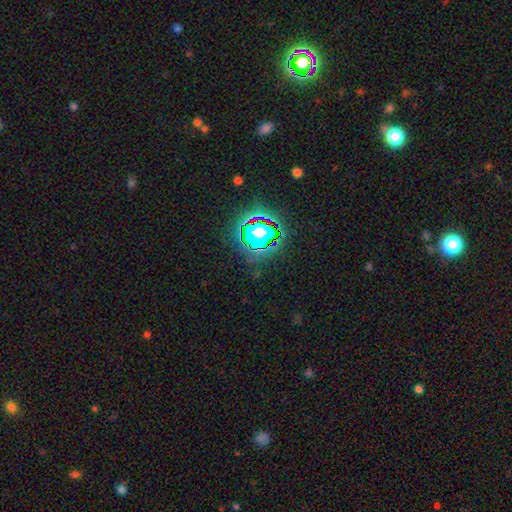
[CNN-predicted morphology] smooth_or_featured: star or artifact (p=0.65) [alt: smooth p=0.23]